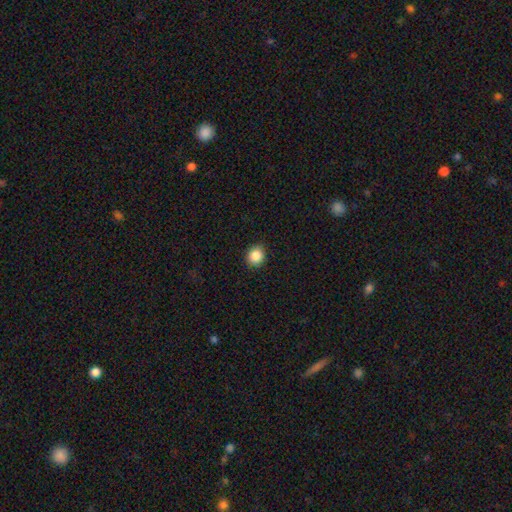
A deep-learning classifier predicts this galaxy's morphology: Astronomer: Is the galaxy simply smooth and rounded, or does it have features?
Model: smooth — 87%.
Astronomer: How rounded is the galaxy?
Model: round — 74%.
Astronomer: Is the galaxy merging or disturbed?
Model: none — 89%.